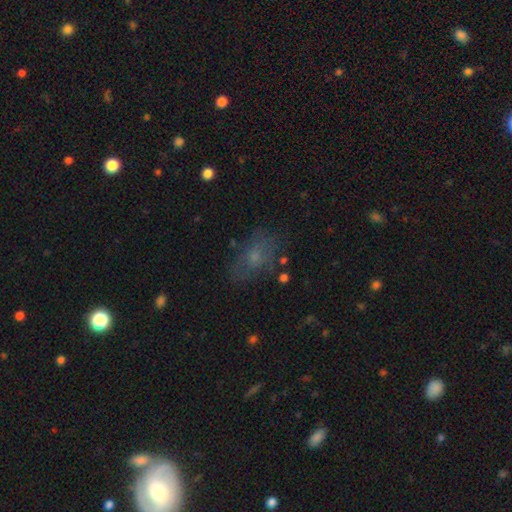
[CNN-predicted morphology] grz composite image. It shows a smooth galaxy with no disk features (55%) that is in between round and cigar-shaped (81%). Merging: none (66%).